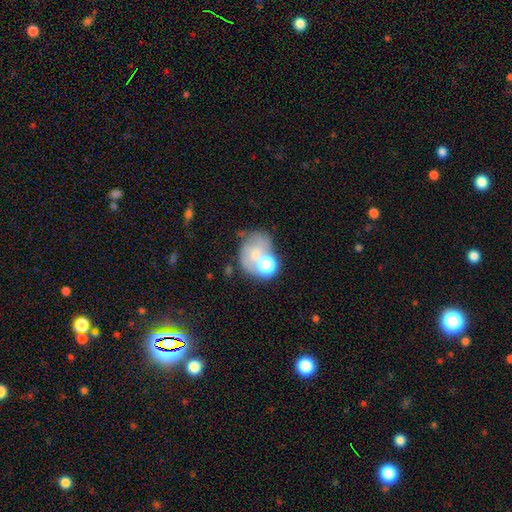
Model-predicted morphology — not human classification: Q: Smooth or featured?
A: smooth (53%); runner-up: featured or disk (33%)
Q: How rounded?
A: round (52%); runner-up: in between (47%)
Q: Merging?
A: none (35%); runner-up: merger (29%)